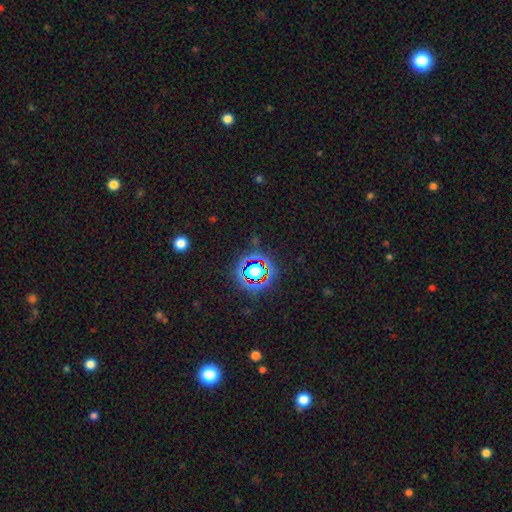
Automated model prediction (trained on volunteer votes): Morphology: type=star or artifact (80%).